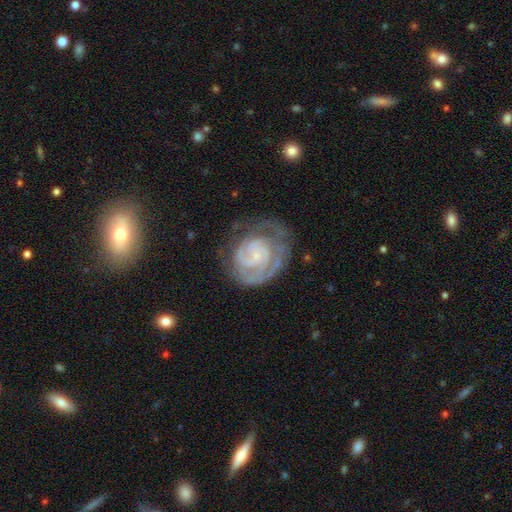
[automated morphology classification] smooth-or-featured: featured or disk: 85% | smooth: 10% | star or artifact: 5%
  disk-edge-on: no: 98% | yes: 2%
    bar: no: 72% | weak: 23% | strong: 5%
    has-spiral-arms: yes: 94% | no: 6%
      spiral-winding: tight: 74% | medium: 22% | loose: 5%
      spiral-arm-count: 2: 34% | can't tell: 29% | 3: 17% | 1: 9% | 4: 6% | more than 4: 5%
    bulge-size: small: 79% | none: 10% | moderate: 8% | large: 1% | dominant: 1%
  merging: none: 59% | minor disturbance: 22% | major disturbance: 17% | merger: 2%